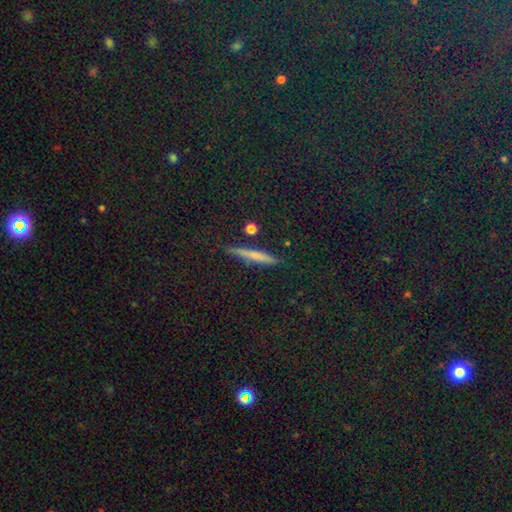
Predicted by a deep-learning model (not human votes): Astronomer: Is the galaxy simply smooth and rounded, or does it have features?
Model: smooth — 58%.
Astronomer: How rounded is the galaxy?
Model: cigar-shaped — 85%.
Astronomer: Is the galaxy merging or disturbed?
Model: none — 83%.